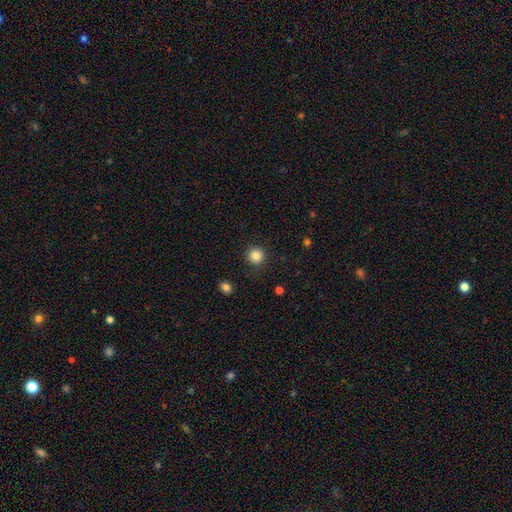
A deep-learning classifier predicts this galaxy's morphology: This is clearly a smooth galaxy (85%). How rounded: clearly round (94%). Merging: clearly none (90%).